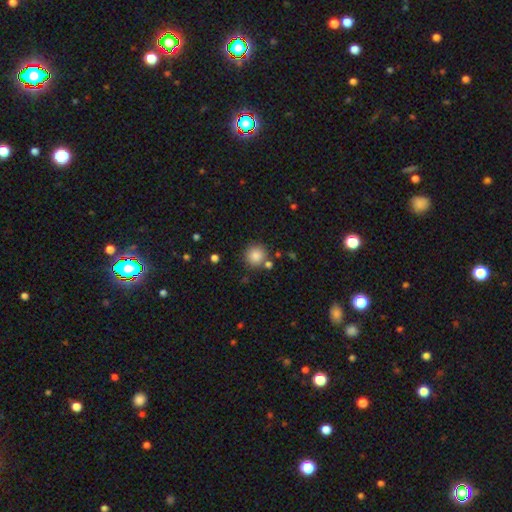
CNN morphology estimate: Smooth or featured: smooth — 85% (star or artifact — 10%)
How rounded: round — 93% (in between — 6%)
Merging: none — 81% (minor disturbance — 9%)